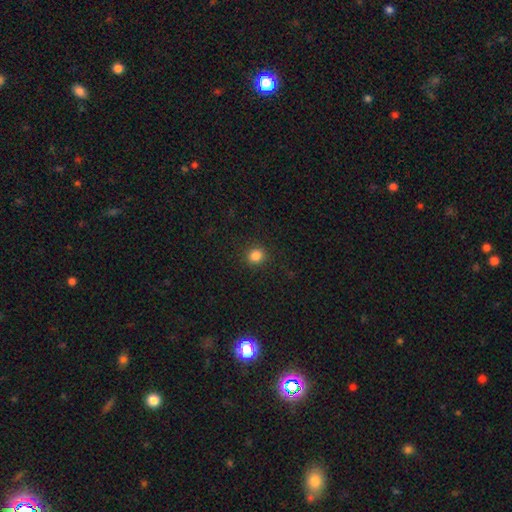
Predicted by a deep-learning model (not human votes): smooth_or_featured: smooth (p=0.84) [alt: star or artifact p=0.12]
how_rounded: round (p=0.78) [alt: in between p=0.21]
merging: none (p=0.90) [alt: minor disturbance p=0.07]